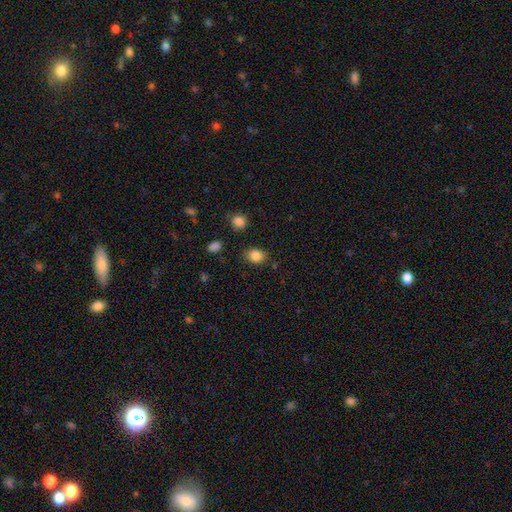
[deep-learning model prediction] This is clearly a smooth galaxy (85%). How rounded: possibly in between (57%). Merging: likely none (79%).